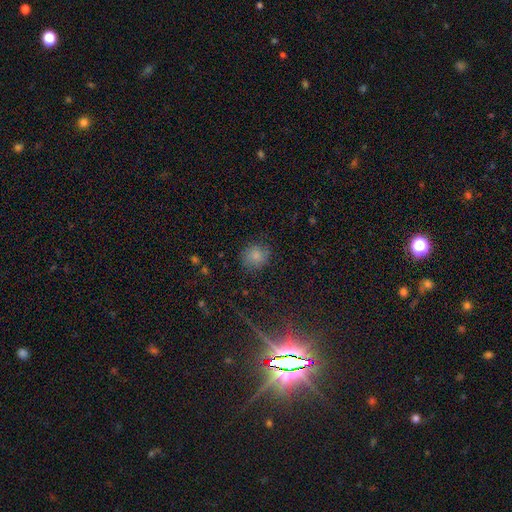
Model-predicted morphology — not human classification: This appears to be a smooth galaxy with no disk features (79%) that is round (88%). Merging: none (84%).